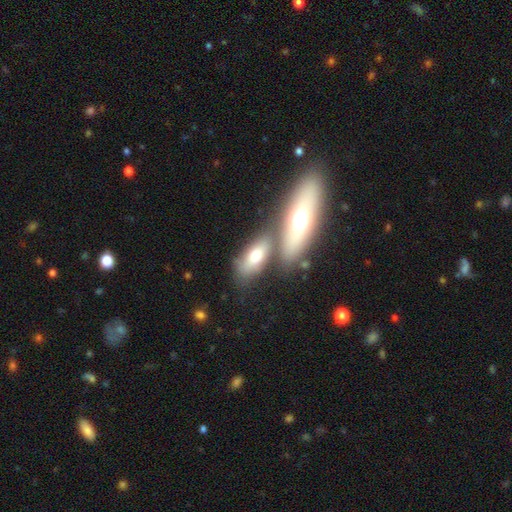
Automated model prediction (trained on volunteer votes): Smooth or featured: smooth — 64% (featured or disk — 27%)
How rounded: in between — 75% (cigar-shaped — 20%)
Merging: none — 52% (merger — 31%)